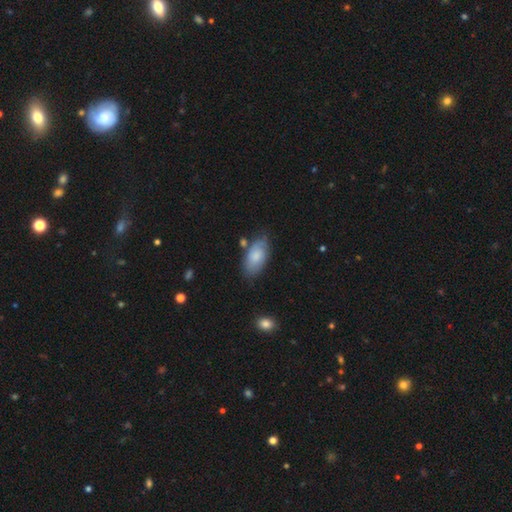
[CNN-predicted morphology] Overall: smooth (68%). How rounded: in between (93%). Merging: none (66%).